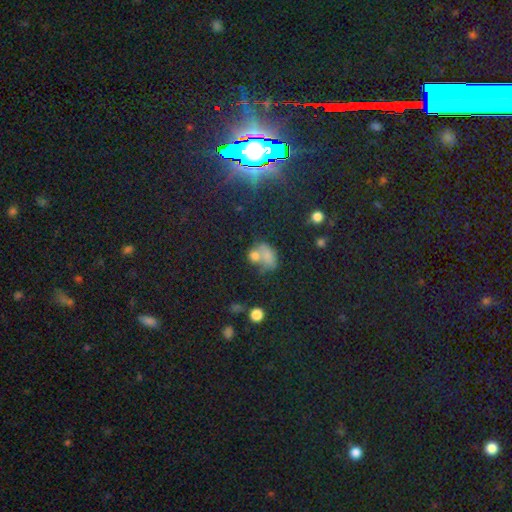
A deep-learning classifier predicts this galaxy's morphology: A smooth galaxy with no disk features (65%) that is in between round and cigar-shaped (63%). Merging: merger (51%).